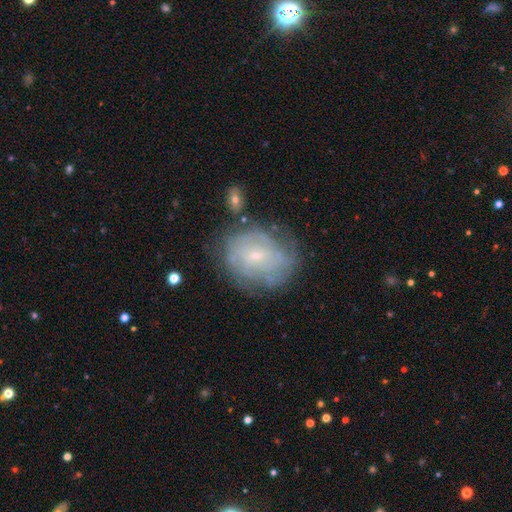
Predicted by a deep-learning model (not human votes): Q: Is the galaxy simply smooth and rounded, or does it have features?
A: featured or disk — 64%.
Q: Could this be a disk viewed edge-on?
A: no — 97%.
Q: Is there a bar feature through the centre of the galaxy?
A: no — 57%.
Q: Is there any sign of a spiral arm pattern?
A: yes — 76%.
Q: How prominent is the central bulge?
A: small — 76%.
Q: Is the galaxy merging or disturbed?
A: none — 67%.